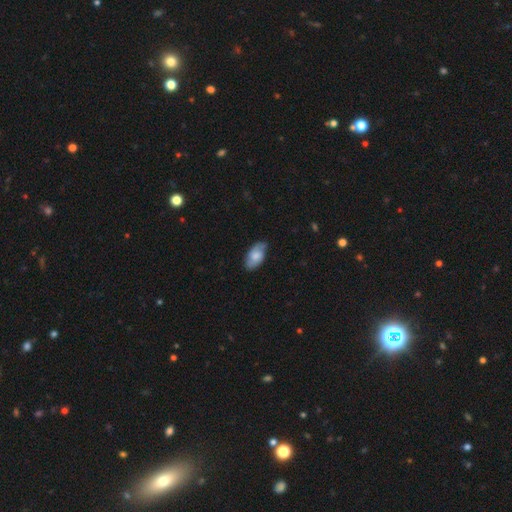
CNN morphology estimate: Smooth or featured? smooth (52%)
How rounded? in between (93%)
Merging? none (77%)